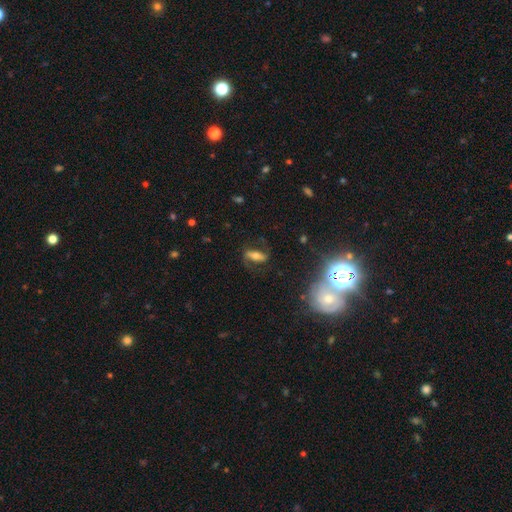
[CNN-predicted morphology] A featured or disk galaxy (58%).

Vote fractions:
- Smooth or featured? featured or disk: 58% / smooth: 30% / star or artifact: 12%
- Edge-on disk? no: 82% / yes: 18%
- Merging? none: 70% / minor disturbance: 15% / major disturbance: 12% / merger: 2%